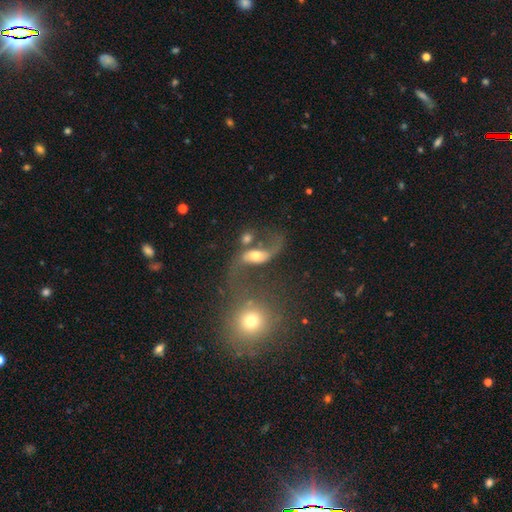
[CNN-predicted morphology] A featured or disk galaxy (73%) with no bar (41%), 2 (91%) loose (88%) spiral arms (89%) and a moderate central bulge (53%). Merging: none (40%).